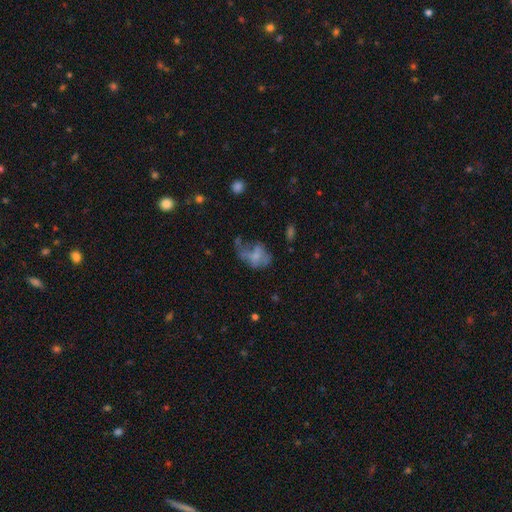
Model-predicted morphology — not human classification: Smooth or featured: smooth — 49% (featured or disk — 37%)
Merging: major disturbance — 46% (none — 24%)